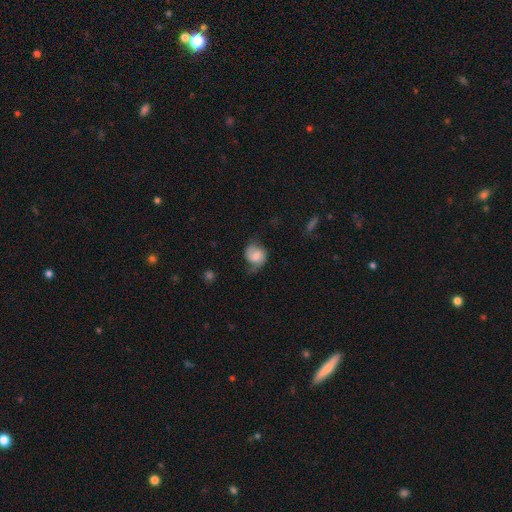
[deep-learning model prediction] Smooth or featured: smooth — 54% (featured or disk — 38%)
How rounded: round — 68% (in between — 31%)
Merging: none — 42% (minor disturbance — 33%)